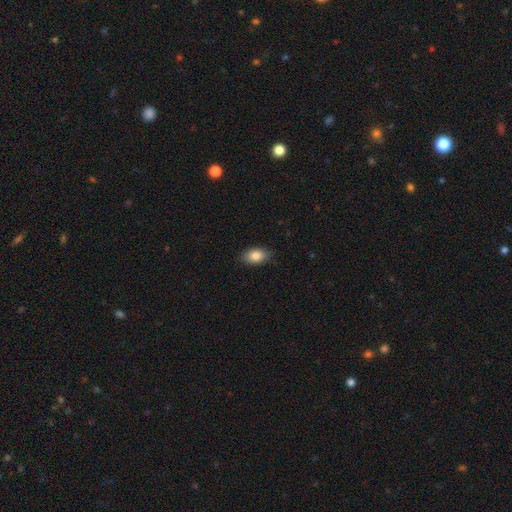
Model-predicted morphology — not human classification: Smooth or featured? smooth (85%)
How rounded? in between (90%)
Merging? none (87%)